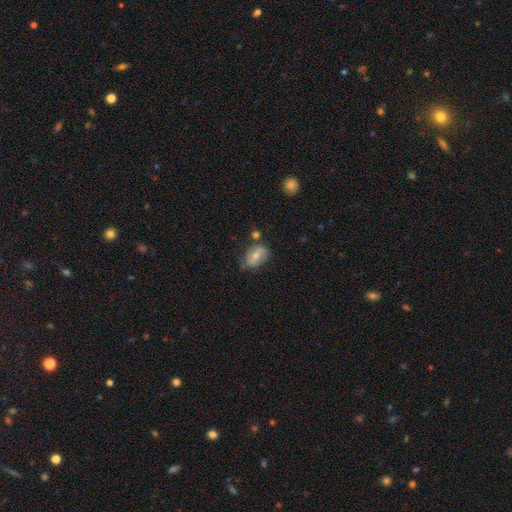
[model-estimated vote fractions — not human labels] This appears to be a smooth galaxy with no disk features (57%) that is in between round and cigar-shaped (78%). Merging: none (55%).